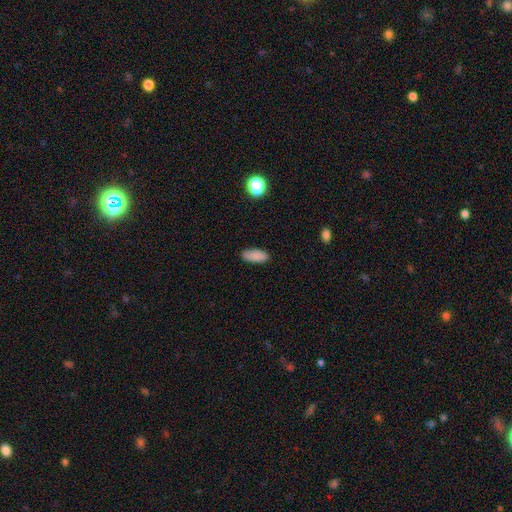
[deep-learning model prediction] smooth 87%, star or artifact 8%, featured or disk 5%. Down the decision tree: how rounded — in between (81%); merging — none (85%).